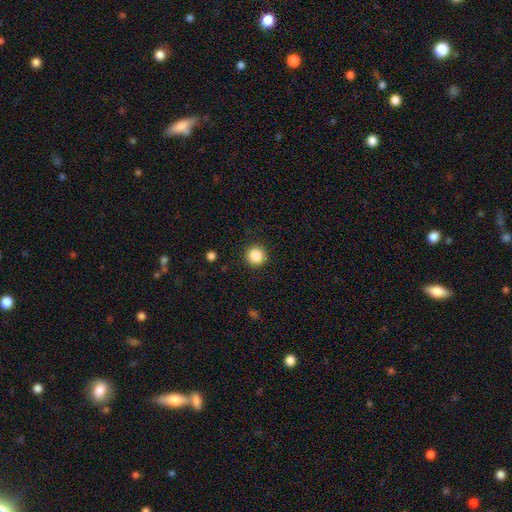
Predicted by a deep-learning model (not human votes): Smooth or featured?
  - smooth: 86% *
  - star or artifact: 10%
  - featured or disk: 4%
How rounded?
  - round: 96% *
  - in between: 3%
  - cigar-shaped: 1%
Merging?
  - none: 92% *
  - minor disturbance: 5%
  - major disturbance: 2%
  - merger: 1%